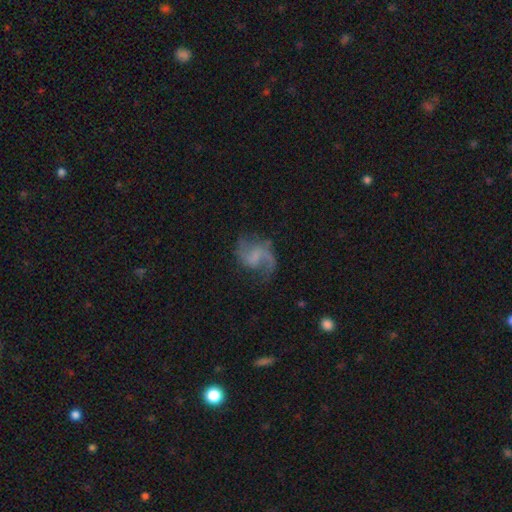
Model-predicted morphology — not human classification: This appears to be a featured or disk galaxy (82%) with a weak bar (52%), 2 (86%) loose (53%) spiral arms (95%) and no central bulge (54%). Merging: none (67%).